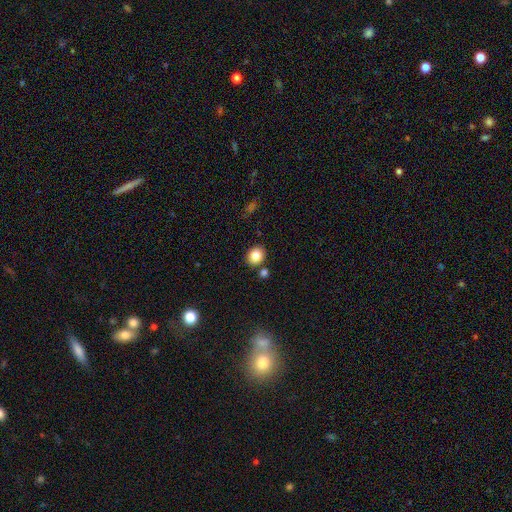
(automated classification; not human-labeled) Q: Smooth or featured?
A: smooth (84%); runner-up: star or artifact (10%)
Q: How rounded?
A: round (70%); runner-up: in between (29%)
Q: Merging?
A: none (81%); runner-up: minor disturbance (9%)